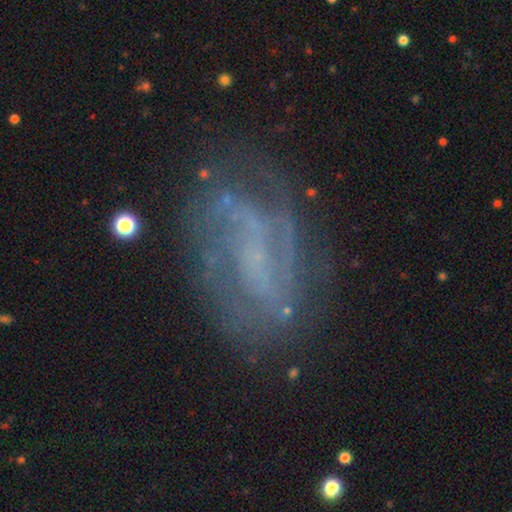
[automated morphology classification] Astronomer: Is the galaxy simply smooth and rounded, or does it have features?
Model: featured or disk — 77%.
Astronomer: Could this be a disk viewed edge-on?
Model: no — 96%.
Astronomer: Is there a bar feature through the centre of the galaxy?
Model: weak — 42% (runner-up: no, 39%).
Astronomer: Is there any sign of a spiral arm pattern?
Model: yes — 86%.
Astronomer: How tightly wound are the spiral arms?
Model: medium — 41% (runner-up: loose, 30%).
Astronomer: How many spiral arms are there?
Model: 2 — 51% (runner-up: can't tell, 28%).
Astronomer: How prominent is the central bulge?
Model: none — 55% (runner-up: small, 33%).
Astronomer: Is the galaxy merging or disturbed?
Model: none — 68%.